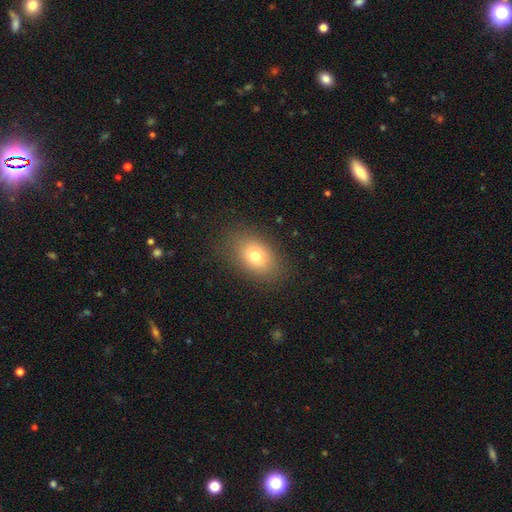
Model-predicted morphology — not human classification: Smooth or featured: smooth — 74% (featured or disk — 13%)
How rounded: in between — 73% (round — 26%)
Merging: none — 83% (minor disturbance — 11%)